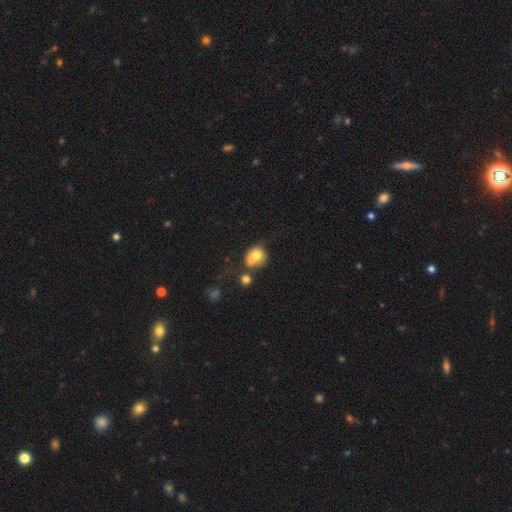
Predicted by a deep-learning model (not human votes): smooth 71%, featured or disk 18%, star or artifact 10%. Down the decision tree: how rounded — round (64%); merging — merger (35%, tied with none).